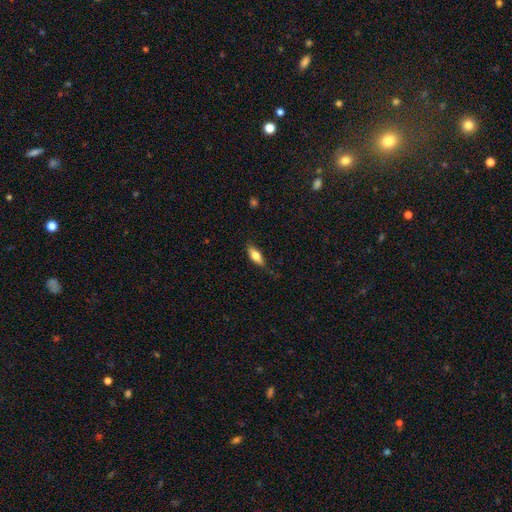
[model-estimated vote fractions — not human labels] smooth 67%, featured or disk 26%, star or artifact 7%. Down the decision tree: how rounded — in between (68%); merging — none (74%).